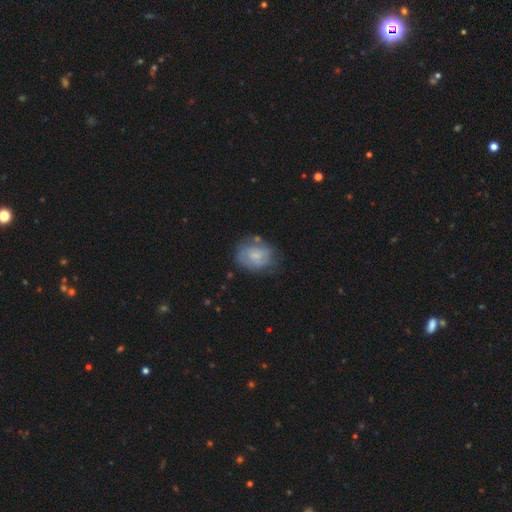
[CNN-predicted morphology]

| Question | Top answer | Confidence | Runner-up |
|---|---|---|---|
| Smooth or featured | smooth | 49% | featured or disk (43%) |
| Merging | none | 59% | minor disturbance (25%) |